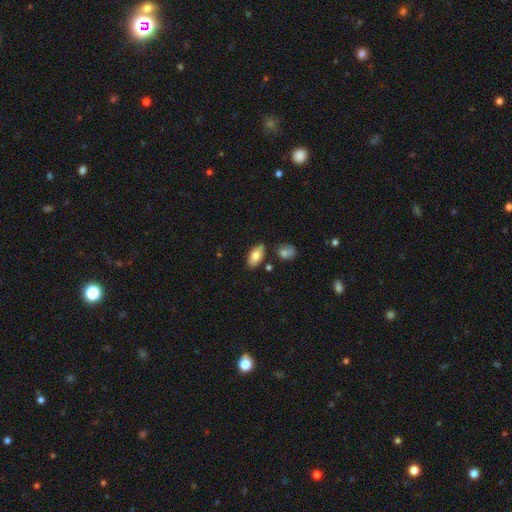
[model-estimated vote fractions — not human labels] Q: Smooth or featured?
A: smooth (77%); runner-up: featured or disk (16%)
Q: How rounded?
A: in between (92%); runner-up: cigar-shaped (5%)
Q: Merging?
A: none (76%); runner-up: minor disturbance (14%)